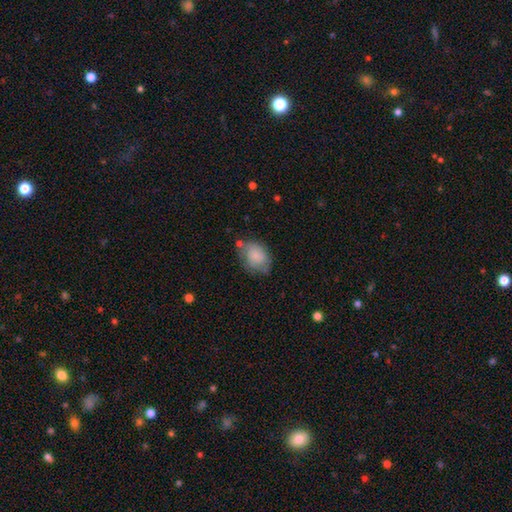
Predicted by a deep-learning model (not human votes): Morphology: type=smooth (76%); roundness=in between (69%); merging=none (53%).